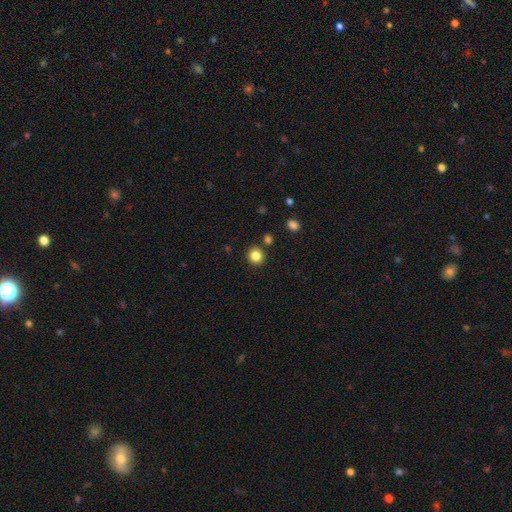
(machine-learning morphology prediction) smooth 84%, star or artifact 11%, featured or disk 5%. Down the decision tree: how rounded — round (85%); merging — none (87%).